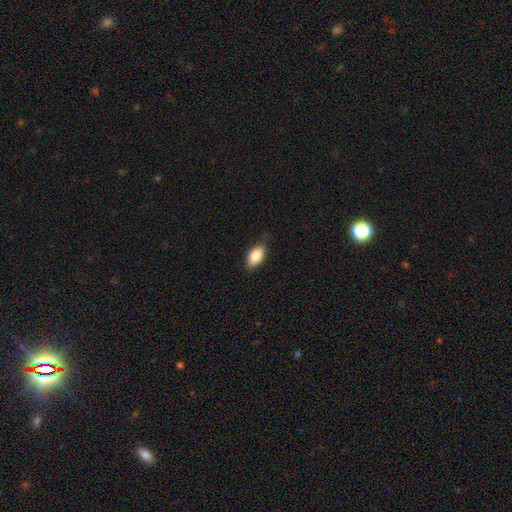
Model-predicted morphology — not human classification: Overall: smooth (84%). How rounded: in between (91%). Merging: none (80%).